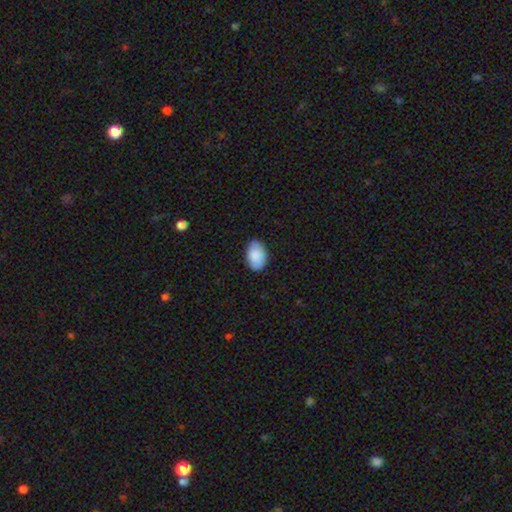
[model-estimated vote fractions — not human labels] Morphology: type=smooth (89%); roundness=in between (91%); merging=none (84%).